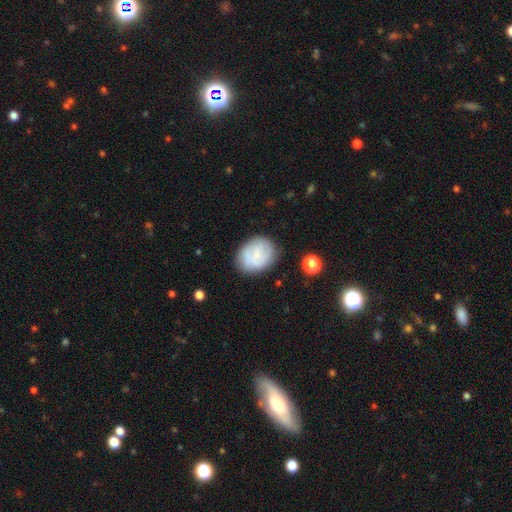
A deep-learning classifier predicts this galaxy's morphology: Smooth or featured?
  - smooth: 57% *
  - featured or disk: 34%
  - star or artifact: 8%
How rounded?
  - in between: 51% *
  - round: 48%
  - cigar-shaped: 1%
Merging?
  - none: 72% *
  - minor disturbance: 19%
  - major disturbance: 6%
  - merger: 3%